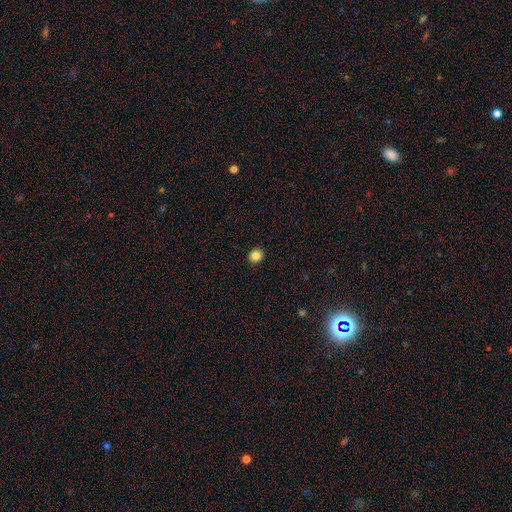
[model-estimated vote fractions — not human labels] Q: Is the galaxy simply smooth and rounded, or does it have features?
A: smooth — 85%.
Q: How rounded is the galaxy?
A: round — 85%.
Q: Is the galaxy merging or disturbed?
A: none — 93%.